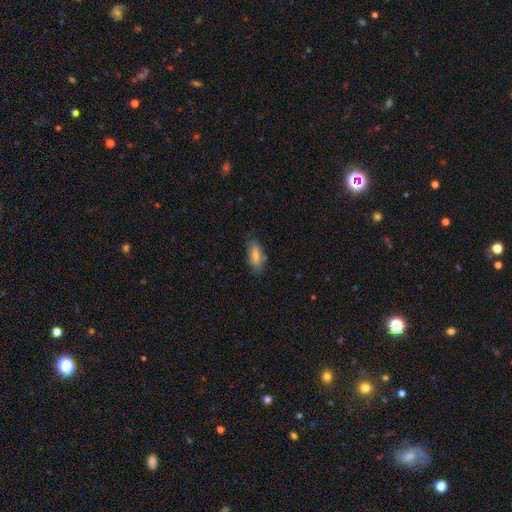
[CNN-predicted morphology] A smooth galaxy with no disk features (78%) that is in between round and cigar-shaped (77%). Merging: none (72%).